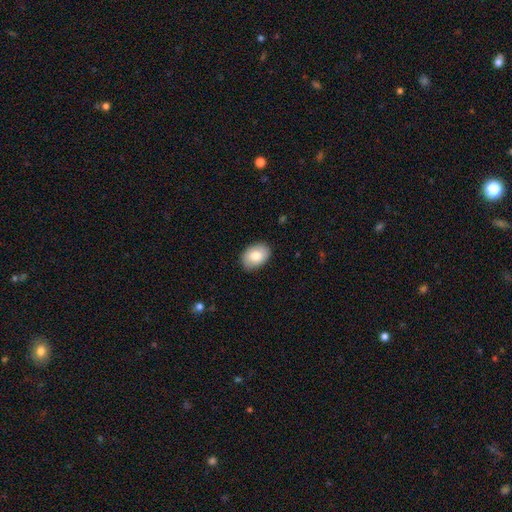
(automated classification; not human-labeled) Smooth or featured: smooth — 81% (featured or disk — 12%)
How rounded: in between — 82% (round — 17%)
Merging: none — 87% (minor disturbance — 10%)